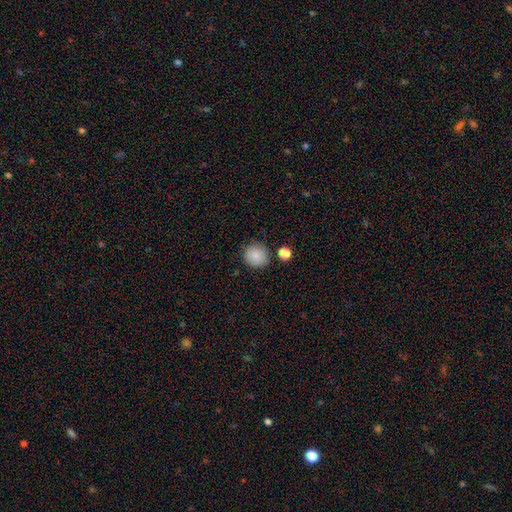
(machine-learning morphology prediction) This is clearly a smooth galaxy (85%). How rounded: clearly round (90%). Merging: clearly none (84%).